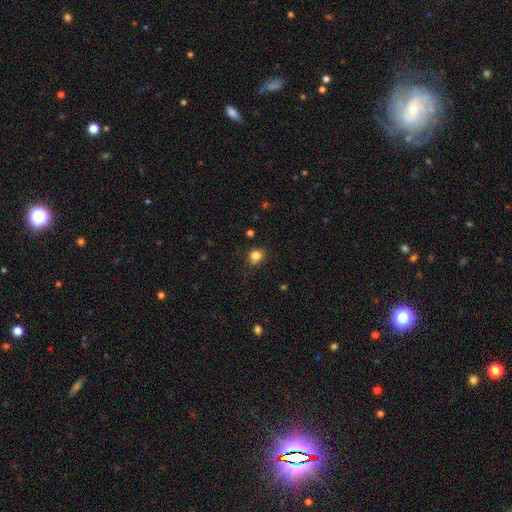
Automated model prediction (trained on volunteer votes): Morphology: type=smooth (81%); roundness=round (73%); merging=none (76%).